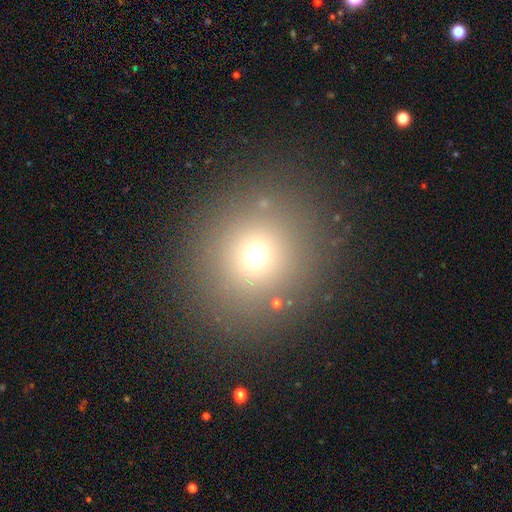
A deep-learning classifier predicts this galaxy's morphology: Smooth or featured: smooth — 67% (star or artifact — 22%)
How rounded: round — 90% (in between — 9%)
Merging: none — 86% (minor disturbance — 7%)